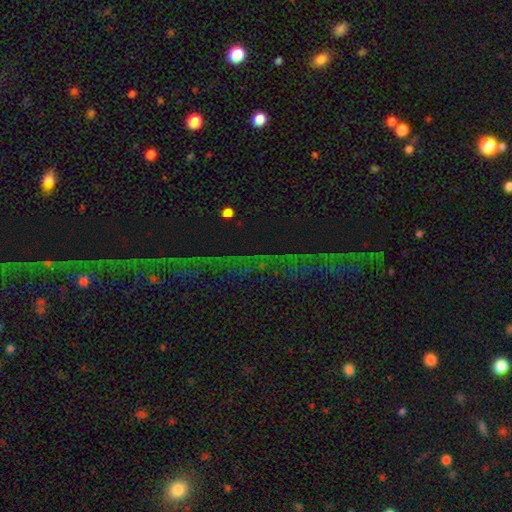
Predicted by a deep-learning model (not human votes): Morphology: type=star or artifact (74%).